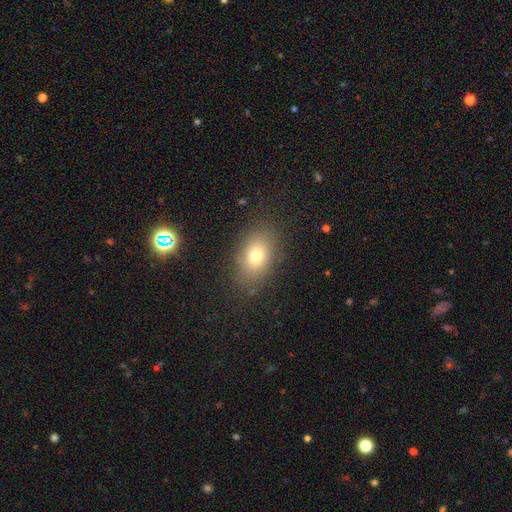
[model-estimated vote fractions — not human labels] Morphology: type=smooth (74%); roundness=in between (82%); merging=none (83%).